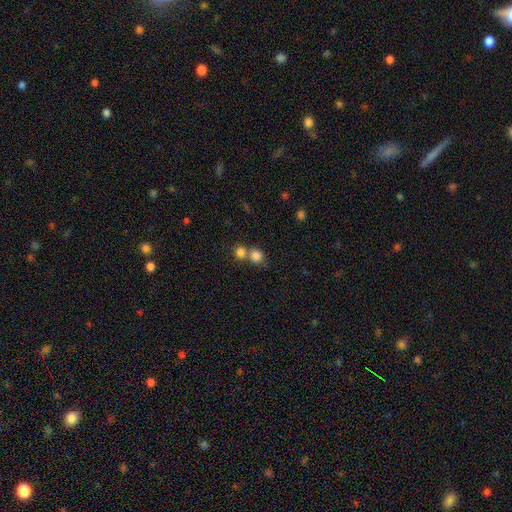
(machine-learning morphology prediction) A smooth galaxy with no disk features (83%) that is round (83%). Merging: merger (46%).